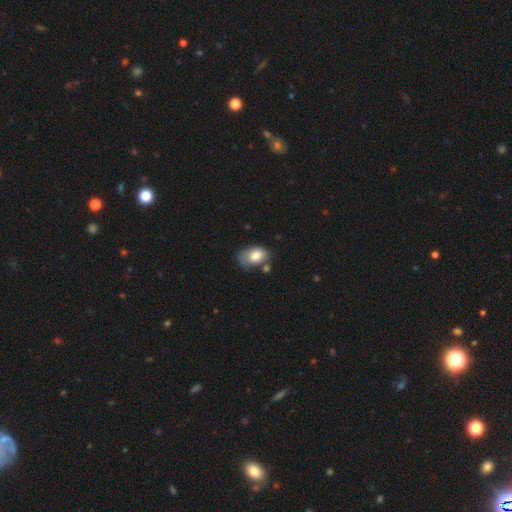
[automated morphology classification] The model was most divided on "merging": none: 40%, minor disturbance: 31%, major disturbance: 15%, merger: 13%. More confident: how rounded — in between (85%); smooth or featured — smooth (78%).